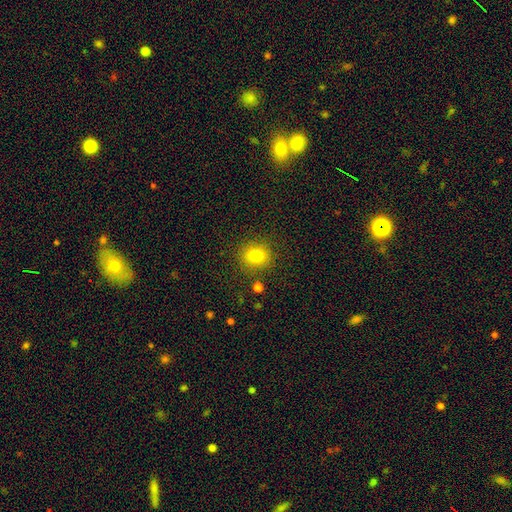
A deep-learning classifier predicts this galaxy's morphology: smooth_or_featured: smooth (p=0.80) [alt: star or artifact p=0.12]
how_rounded: round (p=0.78) [alt: in between p=0.21]
merging: none (p=0.86) [alt: minor disturbance p=0.09]